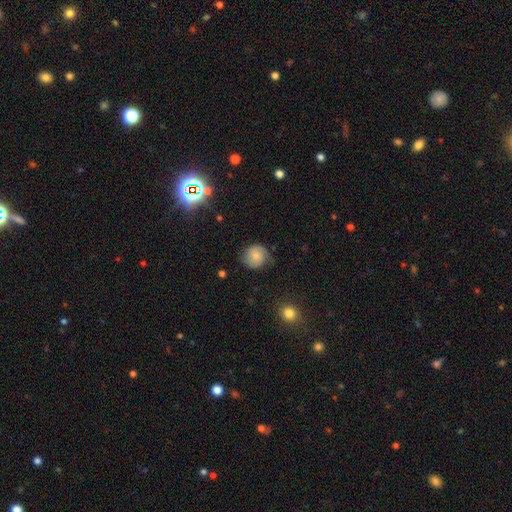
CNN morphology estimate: Overall: smooth (59%; featured or disk 31%). How rounded: round (85%). Merging: none (68%).